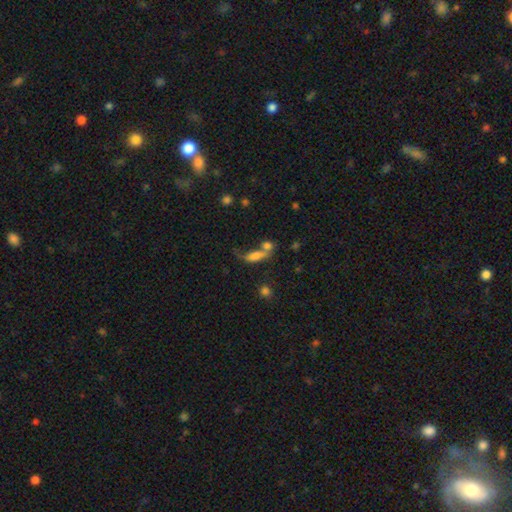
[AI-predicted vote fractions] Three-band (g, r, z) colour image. It shows a smooth galaxy with no disk features (65%) that is in between round and cigar-shaped (58%). Merging: merger (48%).